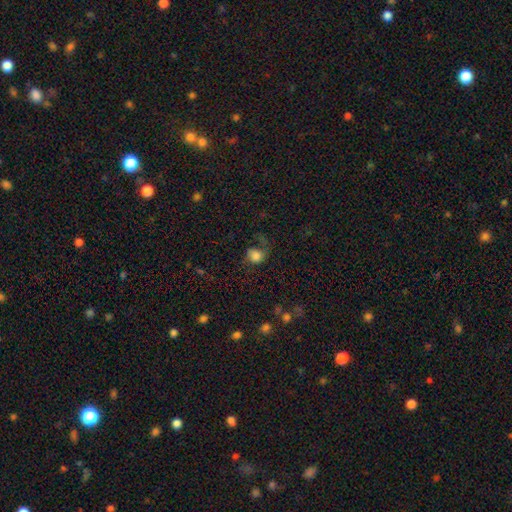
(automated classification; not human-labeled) Smooth or featured? smooth (67%)
How rounded? round (66%)
Merging? none (42%)